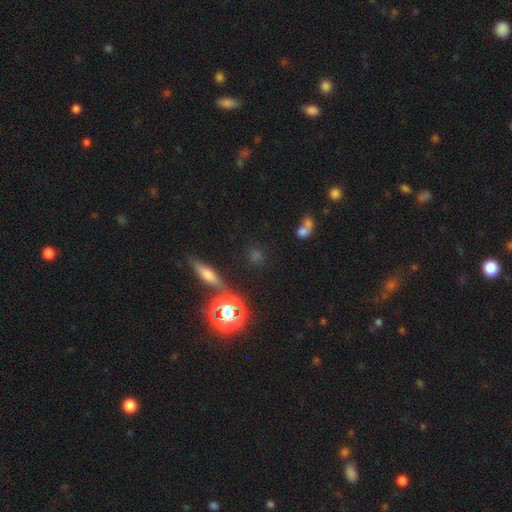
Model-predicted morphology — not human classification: Overall: smooth (46%; star or artifact 39%). Merging: none (76%).